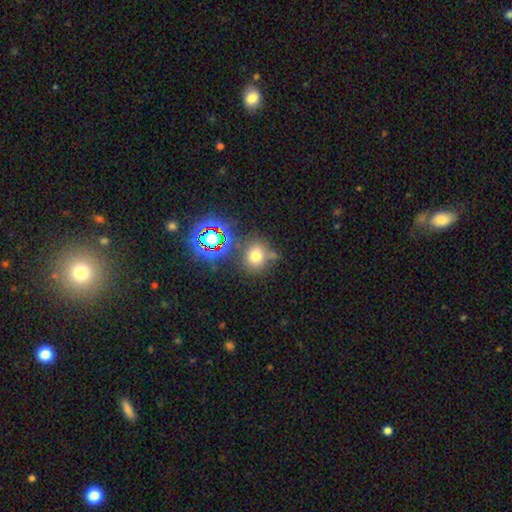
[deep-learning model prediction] The model was most divided on "smooth or featured": smooth: 66%, star or artifact: 23%, featured or disk: 10%. More confident: how rounded — round (82%); merging — none (68%).